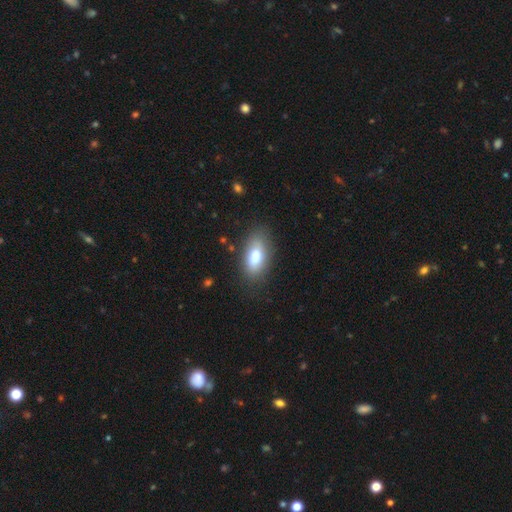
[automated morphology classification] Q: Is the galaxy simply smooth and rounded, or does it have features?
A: smooth — 77%.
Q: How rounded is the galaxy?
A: in between — 90%.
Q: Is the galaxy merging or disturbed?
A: none — 79%.